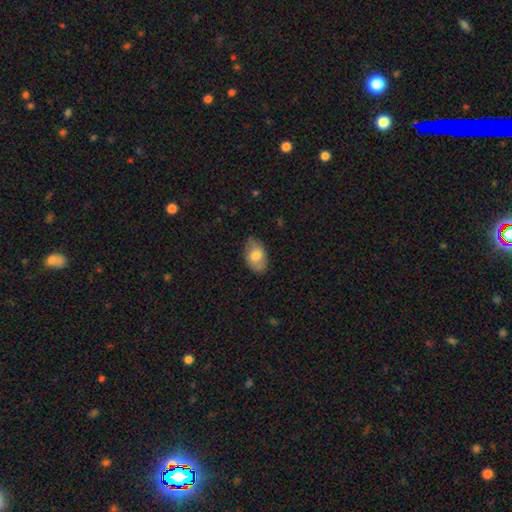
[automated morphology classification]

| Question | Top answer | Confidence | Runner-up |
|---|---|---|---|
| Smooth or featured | smooth | 74% | featured or disk (19%) |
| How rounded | in between | 91% | round (8%) |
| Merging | none | 75% | minor disturbance (20%) |